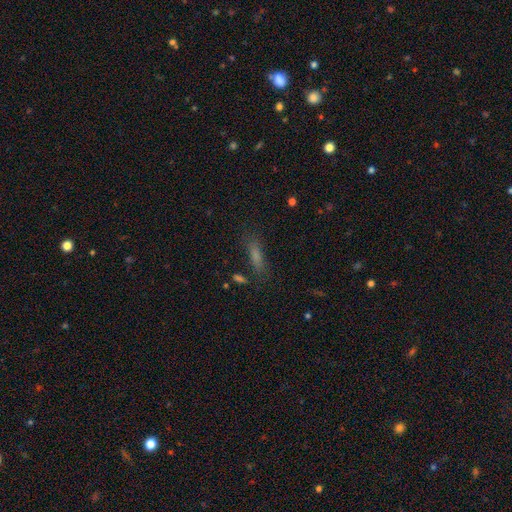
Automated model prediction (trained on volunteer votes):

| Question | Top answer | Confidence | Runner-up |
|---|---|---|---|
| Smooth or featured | smooth | 60% | star or artifact (22%) |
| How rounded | cigar-shaped | 64% | in between (32%) |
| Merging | none | 77% | minor disturbance (14%) |